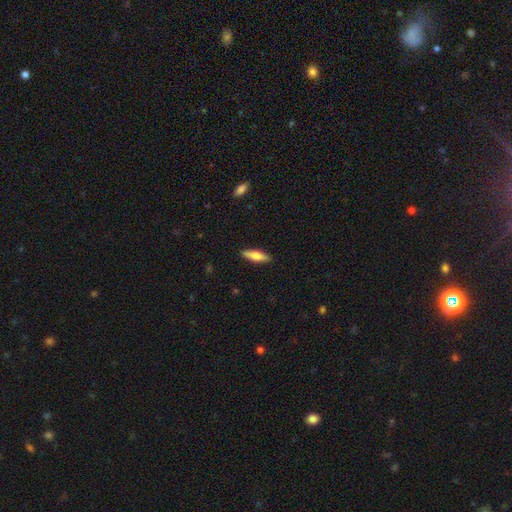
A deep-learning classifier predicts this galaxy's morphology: Smooth or featured?
  - smooth: 70% *
  - featured or disk: 24%
  - star or artifact: 6%
How rounded?
  - cigar-shaped: 58% *
  - in between: 40%
  - round: 2%
Merging?
  - none: 89% *
  - minor disturbance: 8%
  - major disturbance: 2%
  - merger: 1%